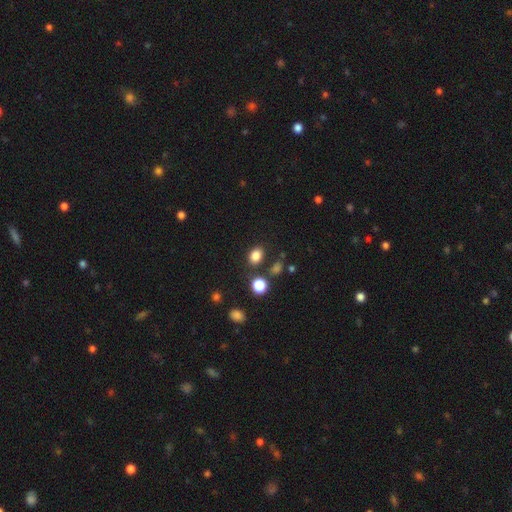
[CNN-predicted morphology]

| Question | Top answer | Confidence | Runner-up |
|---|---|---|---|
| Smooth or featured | smooth | 83% | star or artifact (12%) |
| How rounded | in between | 61% | round (38%) |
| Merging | none | 79% | minor disturbance (11%) |